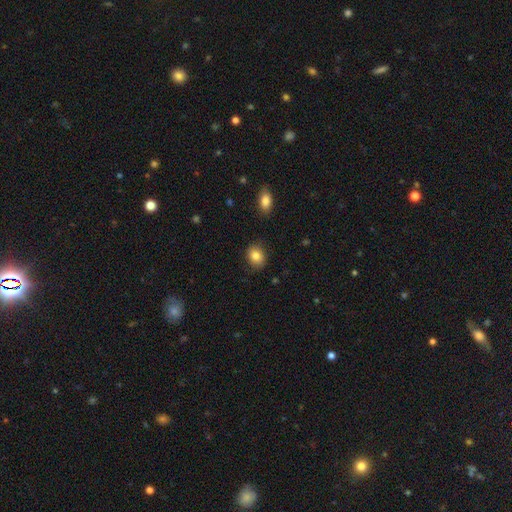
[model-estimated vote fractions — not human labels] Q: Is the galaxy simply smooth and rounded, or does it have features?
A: smooth — 84%.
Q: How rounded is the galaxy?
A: in between — 50%.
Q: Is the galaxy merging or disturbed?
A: none — 86%.